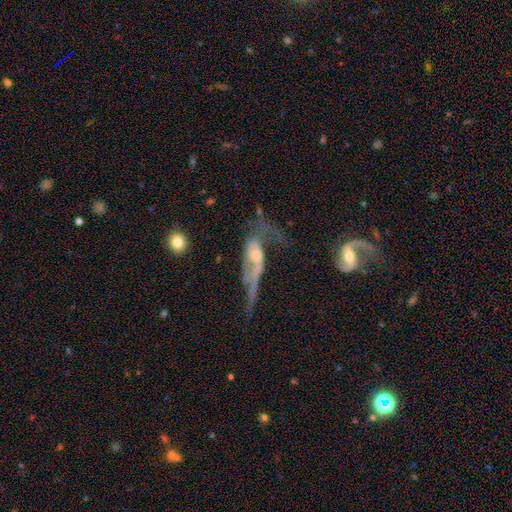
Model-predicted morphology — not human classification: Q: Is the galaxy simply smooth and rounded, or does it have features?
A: featured or disk — 70%.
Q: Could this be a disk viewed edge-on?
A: no — 70%.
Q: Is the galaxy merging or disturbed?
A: major disturbance — 46%.